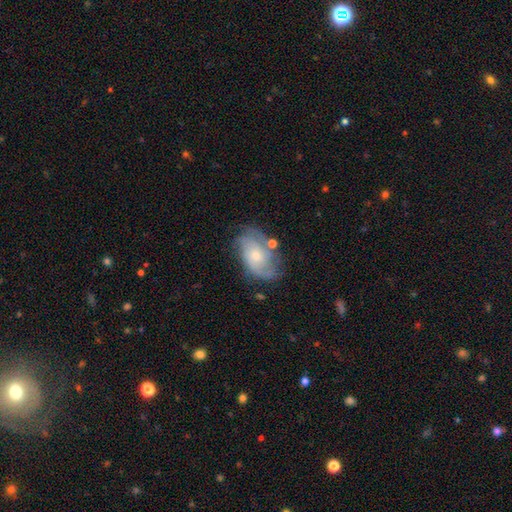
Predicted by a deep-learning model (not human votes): Smooth or featured: featured or disk — 70% (smooth — 23%)
Edge-on disk: no — 96% (yes — 4%)
Bar: no — 74% (weak — 23%)
Spiral arms: yes — 88% (no — 12%)
Spiral winding: tight — 42% (medium — 40%)
Spiral arm count: 2 — 35% (tied with can't tell — 35%)
Bulge size: small — 54% (moderate — 39%)
Merging: none — 60% (minor disturbance — 24%)